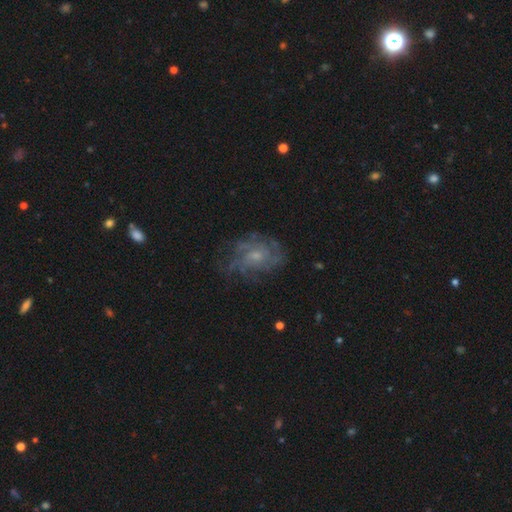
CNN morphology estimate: Smooth or featured?
  - featured or disk: 75% *
  - smooth: 15%
  - star or artifact: 10%
Edge-on disk?
  - no: 97% *
  - yes: 3%
Bar?
  - no: 70% *
  - weak: 26%
  - strong: 3%
Spiral arms?
  - yes: 87% *
  - no: 13%
Spiral winding?
  - tight: 47% *
  - medium: 38%
  - loose: 15%
Spiral arm count?
  - can't tell: 44% *
  - 4: 18%
  - 3: 14%
  - 2: 11%
  - more than 4: 8%
  - 1: 6%
Bulge size?
  - small: 61% *
  - moderate: 30%
  - none: 6%
  - large: 2%
  - dominant: 1%
Merging?
  - none: 67% *
  - minor disturbance: 19%
  - major disturbance: 12%
  - merger: 2%